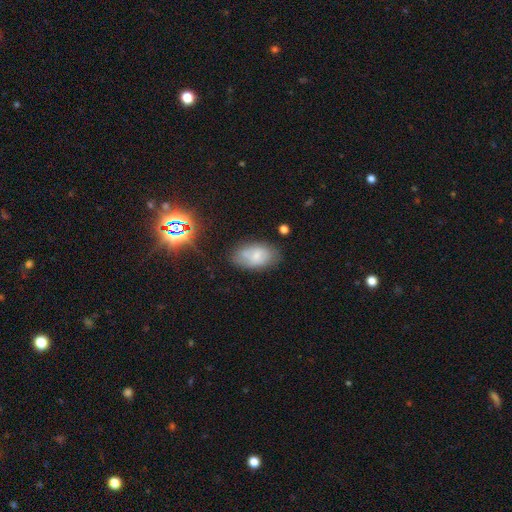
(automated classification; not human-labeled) Q: Smooth or featured?
A: smooth (57%); runner-up: featured or disk (32%)
Q: How rounded?
A: in between (91%); runner-up: round (7%)
Q: Merging?
A: none (63%); runner-up: minor disturbance (22%)